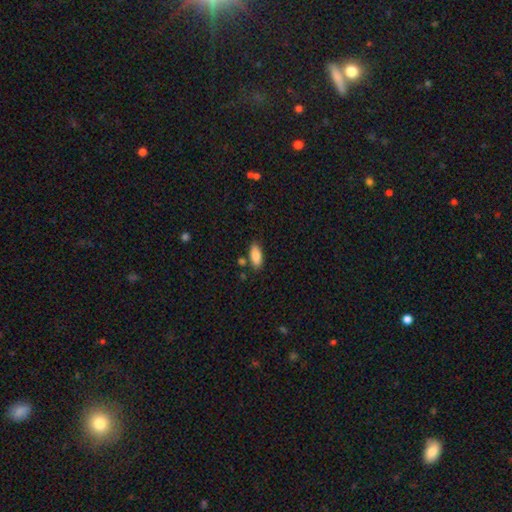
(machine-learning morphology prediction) Smooth or featured? Predicted: smooth (p=0.83). How rounded? Predicted: in between (p=0.82). Merging? Predicted: none (p=0.78).